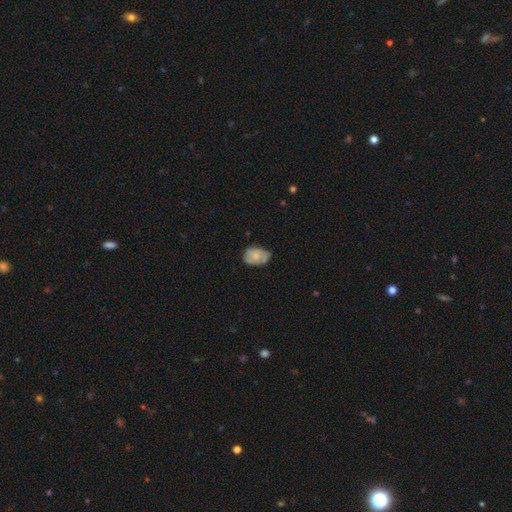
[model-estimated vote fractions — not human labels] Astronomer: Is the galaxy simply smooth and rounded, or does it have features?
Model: smooth — 65%.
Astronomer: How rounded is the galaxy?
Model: in between — 79%.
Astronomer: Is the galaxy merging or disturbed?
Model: none — 50% (runner-up: minor disturbance, 37%).